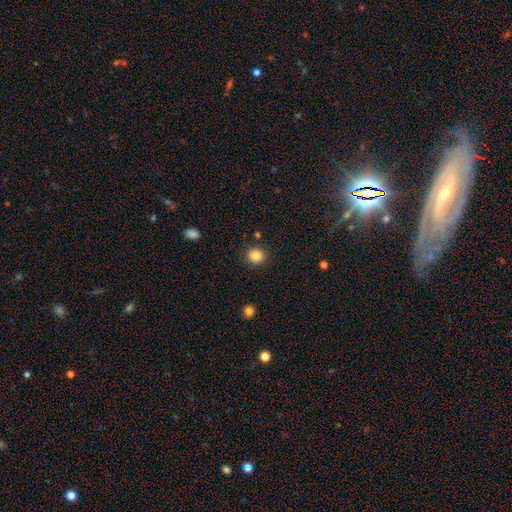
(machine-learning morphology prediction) This appears to be a smooth galaxy with no disk features (85%) that is round (83%). Merging: none (88%).